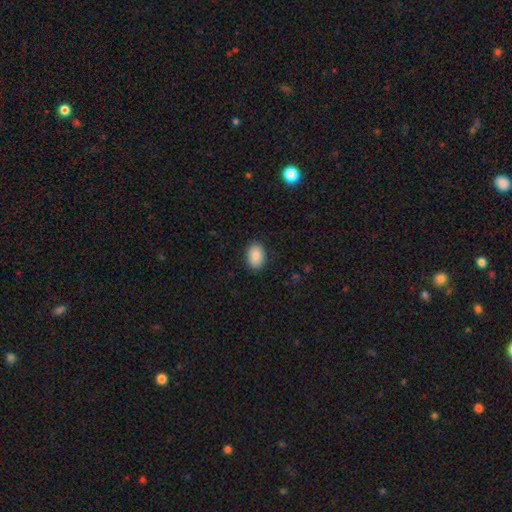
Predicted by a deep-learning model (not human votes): This appears to be a smooth galaxy with no disk features (88%) that is in between round and cigar-shaped (84%). Merging: none (88%).